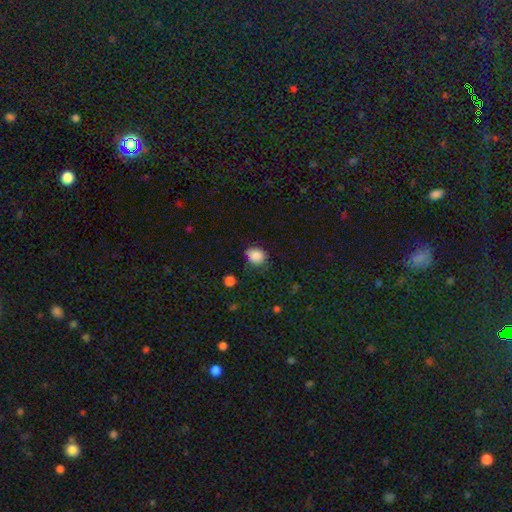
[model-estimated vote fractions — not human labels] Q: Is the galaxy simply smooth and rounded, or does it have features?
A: smooth — 86%.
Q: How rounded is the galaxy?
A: round — 64%.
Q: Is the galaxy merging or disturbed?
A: none — 68%.